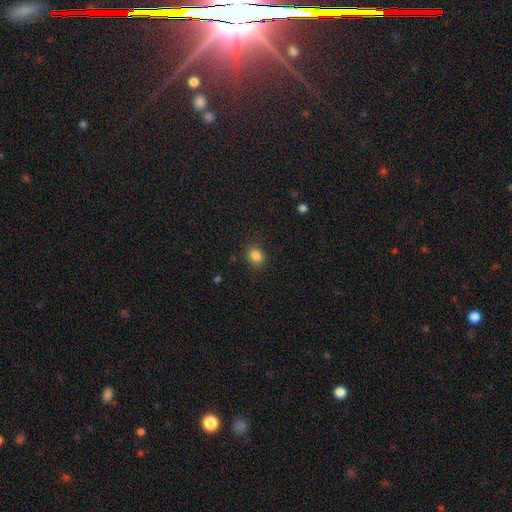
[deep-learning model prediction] This is clearly a smooth galaxy (85%). How rounded: likely round (60%). Merging: clearly none (87%).